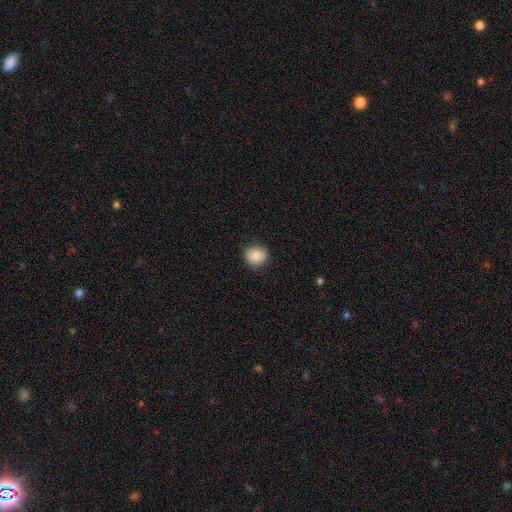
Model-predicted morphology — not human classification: Smooth or featured: smooth — 84% (star or artifact — 8%)
How rounded: round — 86% (in between — 13%)
Merging: none — 86% (minor disturbance — 11%)